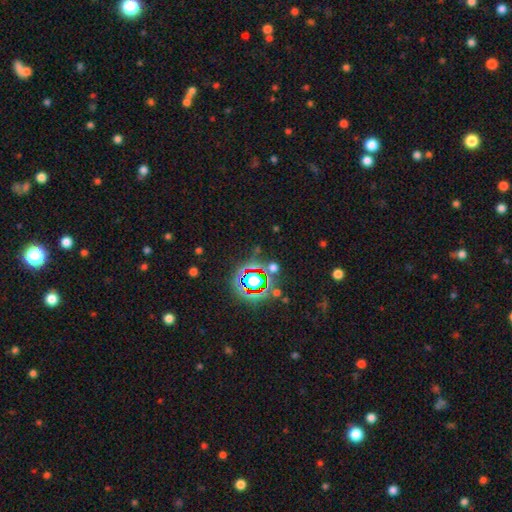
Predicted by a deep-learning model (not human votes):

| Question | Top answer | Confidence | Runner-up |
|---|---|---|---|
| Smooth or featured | star or artifact | 74% | smooth (17%) |